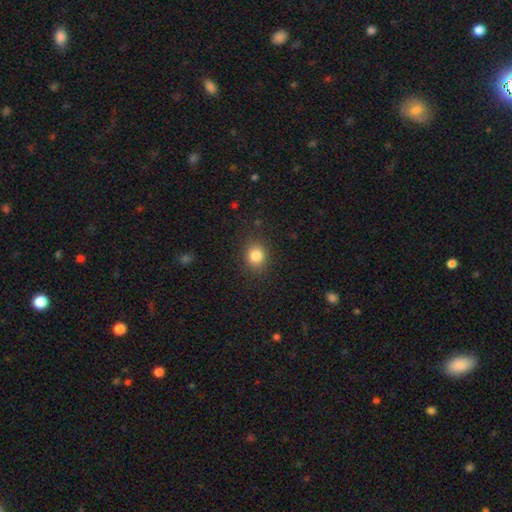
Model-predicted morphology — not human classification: type=smooth (84%); roundness=round (70%); merging=none (87%).